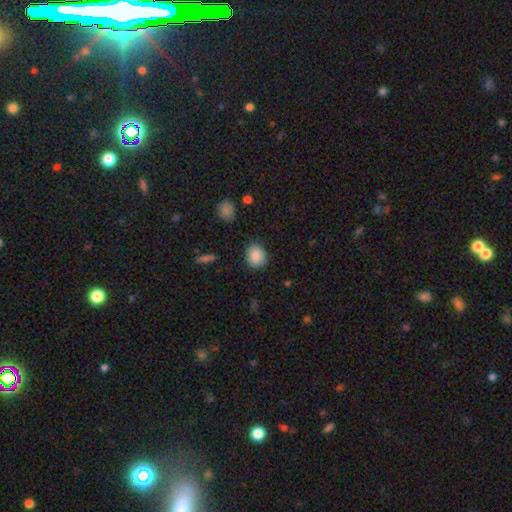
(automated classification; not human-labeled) A smooth galaxy with no disk features (87%) that is round (64%).

Vote fractions:
- Smooth or featured? smooth: 87% / star or artifact: 8% / featured or disk: 5%
- How rounded? round: 64% / in between: 35% / cigar-shaped: 1%
- Merging? none: 87% / minor disturbance: 9% / major disturbance: 2% / merger: 1%